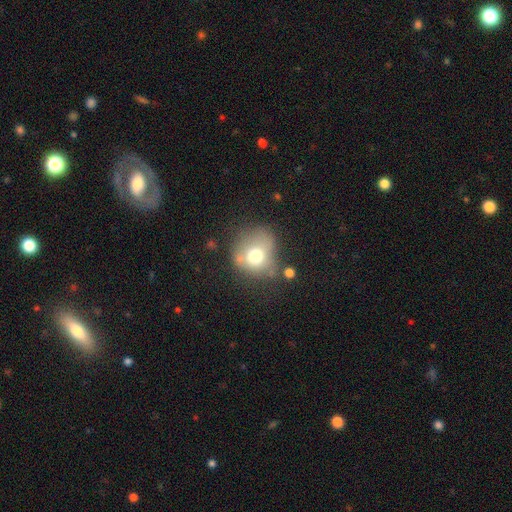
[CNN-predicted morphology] Smooth or featured? Predicted: smooth (p=0.67). How rounded? Predicted: round (p=0.74). Merging? Predicted: none (p=0.49).